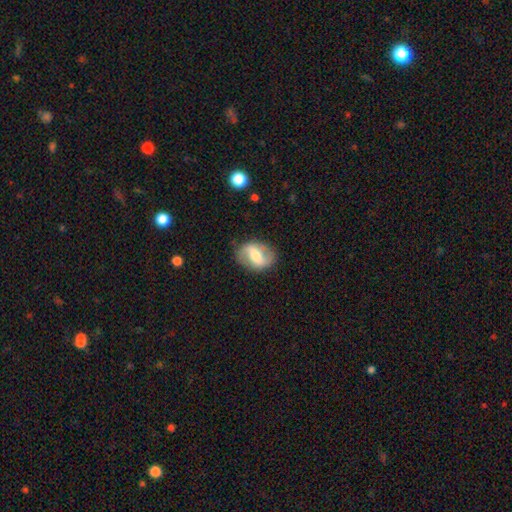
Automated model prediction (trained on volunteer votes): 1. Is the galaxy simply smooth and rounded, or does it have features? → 66% featured or disk, 27% smooth, 7% star or artifact.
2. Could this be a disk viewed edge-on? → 95% no, 5% yes.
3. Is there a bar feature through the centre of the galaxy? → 42% strong, 38% weak, 19% no.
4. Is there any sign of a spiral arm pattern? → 79% yes, 21% no.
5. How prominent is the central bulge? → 58% moderate, 25% small, 12% large, 3% none, 2% dominant.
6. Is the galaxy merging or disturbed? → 82% none, 12% minor disturbance, 4% major disturbance, 1% merger.